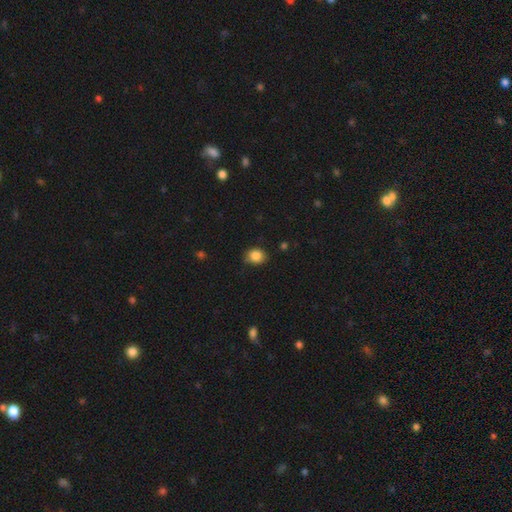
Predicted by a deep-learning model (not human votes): A smooth galaxy with no disk features (85%) that is round (59%).

Vote fractions:
- Smooth or featured? smooth: 85% / star or artifact: 10% / featured or disk: 5%
- How rounded? round: 59% / in between: 40% / cigar-shaped: 1%
- Merging? none: 76% / minor disturbance: 19% / major disturbance: 3% / merger: 1%